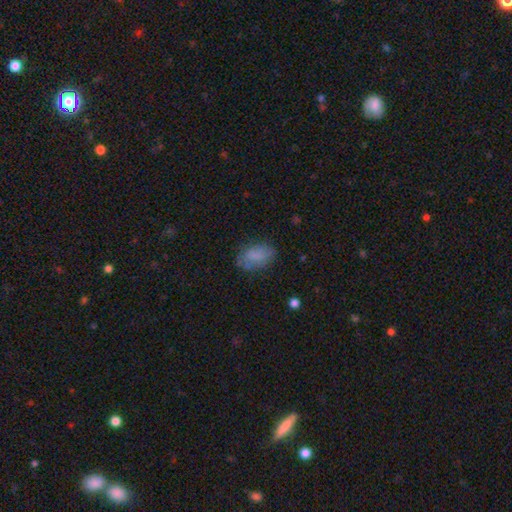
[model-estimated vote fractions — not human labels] This appears to be a smooth galaxy with no disk features (76%) that is in between round and cigar-shaped (88%). Merging: none (65%).